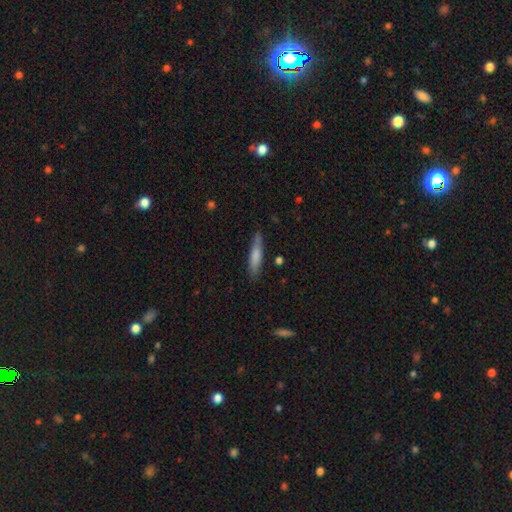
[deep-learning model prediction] The model was most divided on "smooth or featured": smooth: 74%, featured or disk: 20%, star or artifact: 6%. More confident: how rounded — cigar-shaped (83%); merging — none (80%).